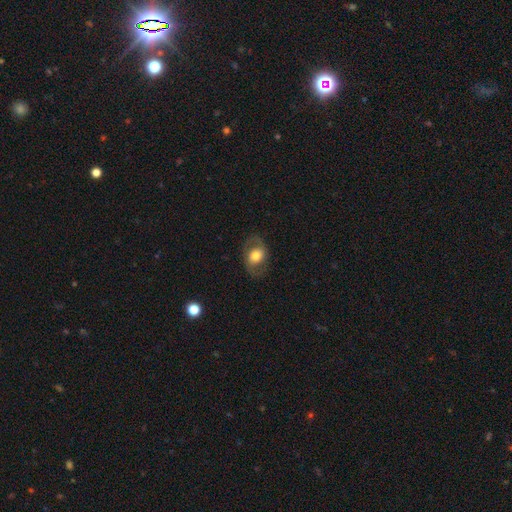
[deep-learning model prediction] Overall: featured or disk (52%; smooth 40%). Edge-on disk: no (95%). Merging: none (77%).